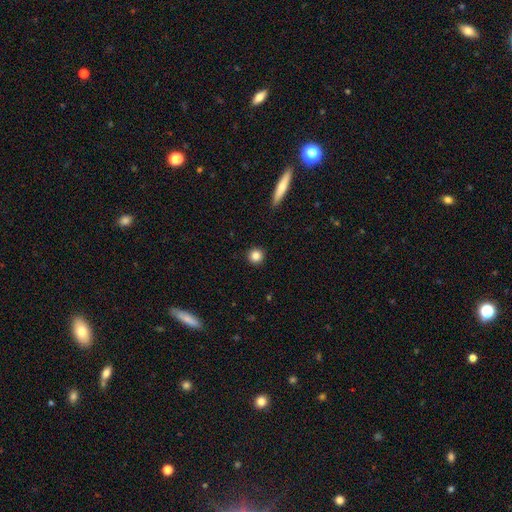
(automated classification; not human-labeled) A smooth galaxy with no disk features (85%) that is round (94%).

Vote fractions:
- Smooth or featured? smooth: 85% / star or artifact: 10% / featured or disk: 5%
- How rounded? round: 94% / in between: 4% / cigar-shaped: 1%
- Merging? none: 93% / minor disturbance: 5% / major disturbance: 2% / merger: 1%